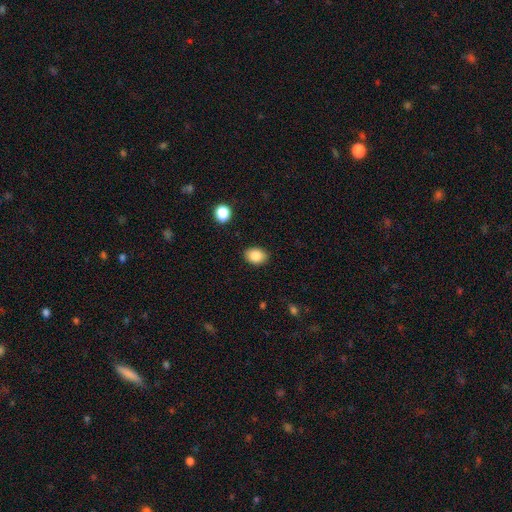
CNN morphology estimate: Smooth or featured? smooth (87%)
How rounded? in between (72%)
Merging? none (86%)